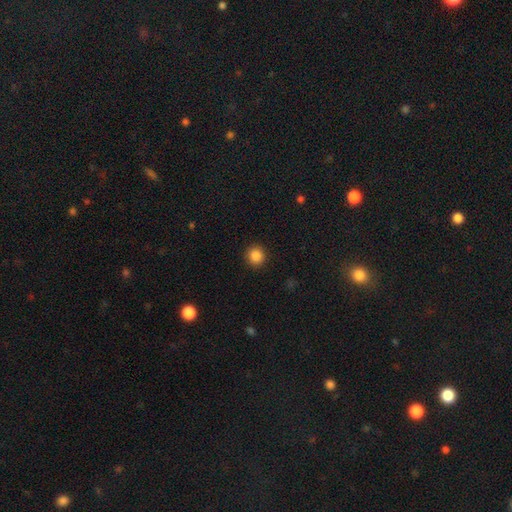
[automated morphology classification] The model was most divided on "smooth or featured": smooth: 87%, star or artifact: 10%, featured or disk: 3%. More confident: how rounded — round (93%); merging — none (92%).